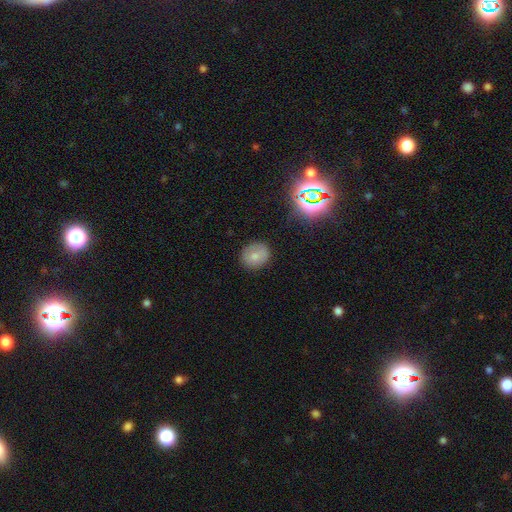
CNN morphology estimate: smooth 73%, featured or disk 15%, star or artifact 12%. Down the decision tree: how rounded — round (76%); merging — none (82%).